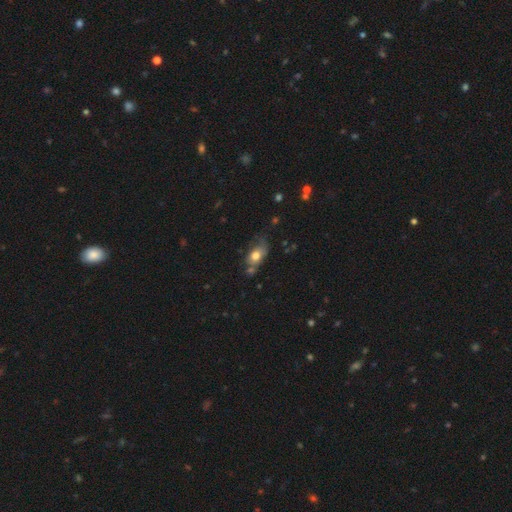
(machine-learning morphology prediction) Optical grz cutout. It shows a smooth galaxy with no disk features (74%) that is in between round and cigar-shaped (80%). Merging: none (44%).